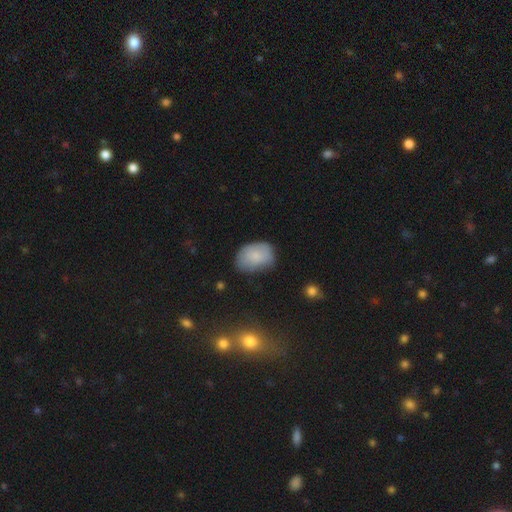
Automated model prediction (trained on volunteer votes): Smooth or featured? Predicted: smooth (p=0.78). How rounded? Predicted: in between (p=0.80). Merging? Predicted: none (p=0.63).